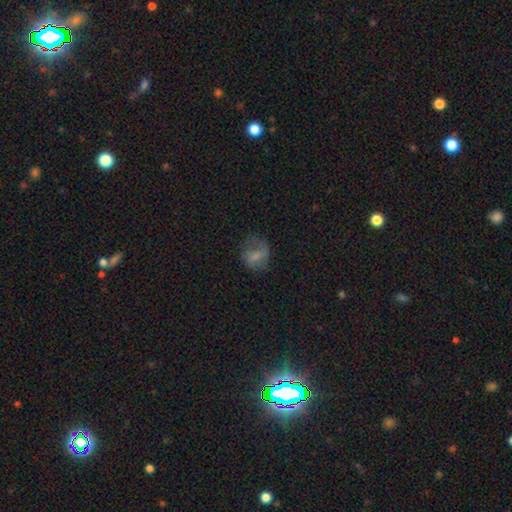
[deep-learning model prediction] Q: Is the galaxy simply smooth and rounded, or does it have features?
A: smooth — 60%.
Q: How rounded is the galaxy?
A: round — 51%.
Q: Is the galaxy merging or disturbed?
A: none — 46%.